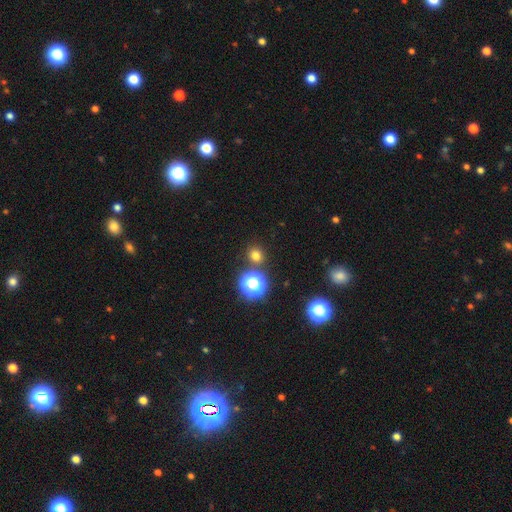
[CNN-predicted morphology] smooth_or_featured: smooth (p=0.71) [alt: star or artifact p=0.24]
how_rounded: round (p=0.86) [alt: in between p=0.12]
merging: none (p=0.85) [alt: minor disturbance p=0.07]